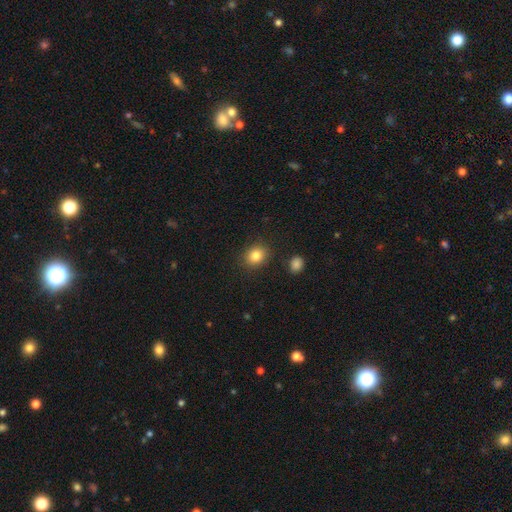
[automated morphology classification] Smooth or featured: smooth — 83% (star or artifact — 10%)
How rounded: round — 61% (in between — 38%)
Merging: none — 87% (minor disturbance — 8%)